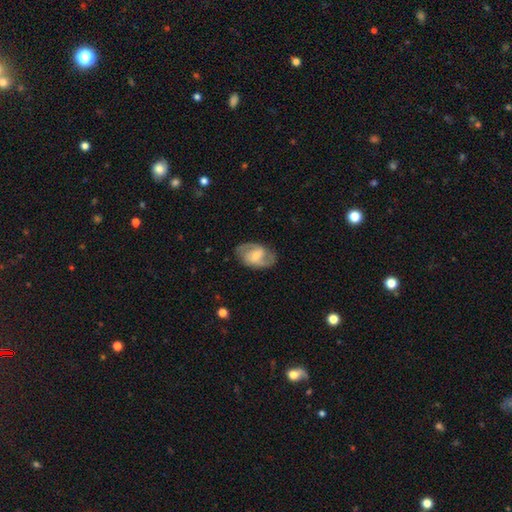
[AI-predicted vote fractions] Morphology: type=featured or disk (72%); edge-on=no (96%); bar=weak (50%); spiral arms=yes (87%); winding=medium (51%); arm count=2 (85%); bulge=small (48%); merging=none (78%).